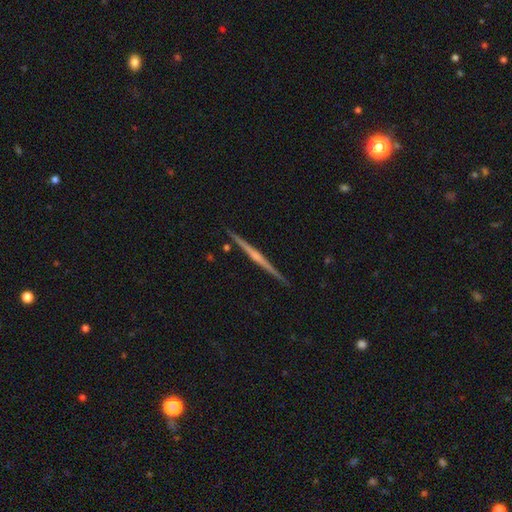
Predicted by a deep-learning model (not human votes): featured or disk 79%, smooth 16%, star or artifact 5%. Down the decision tree: edge-on disk — yes (99%); edge-on bulge — rounded (53%); merging — none (92%).